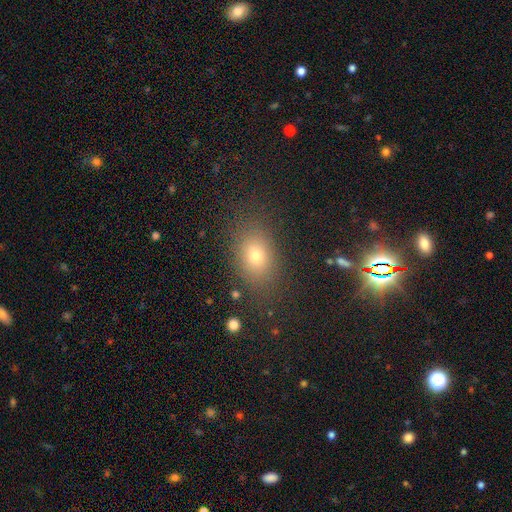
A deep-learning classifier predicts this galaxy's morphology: A smooth galaxy with no disk features (65%) that is in between round and cigar-shaped (73%).

Vote fractions:
- Smooth or featured? smooth: 65% / star or artifact: 24% / featured or disk: 11%
- How rounded? in between: 73% / round: 24% / cigar-shaped: 2%
- Merging? none: 85% / minor disturbance: 10% / major disturbance: 4% / merger: 2%